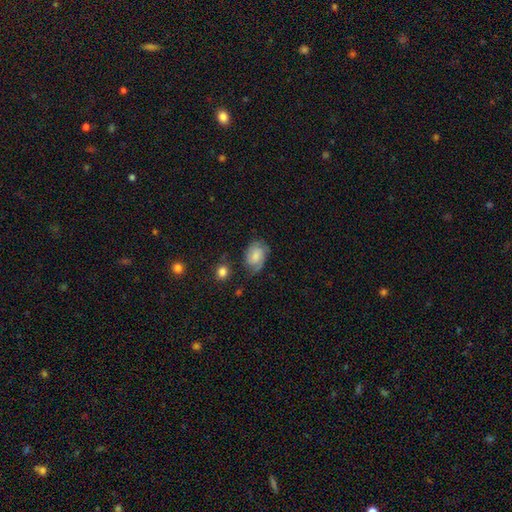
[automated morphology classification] A smooth galaxy with no disk features (52%) that is in between round and cigar-shaped (74%).

Vote fractions:
- Smooth or featured? smooth: 52% / featured or disk: 40% / star or artifact: 9%
- How rounded? in between: 74% / round: 24% / cigar-shaped: 1%
- Merging? none: 52% / minor disturbance: 30% / major disturbance: 14% / merger: 3%